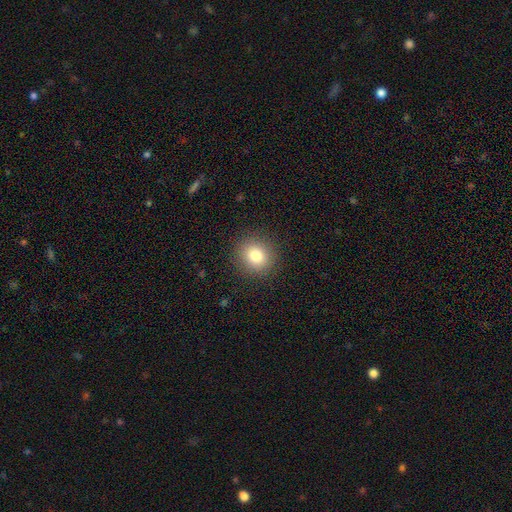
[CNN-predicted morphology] Smooth or featured: smooth — 80% (star or artifact — 11%)
How rounded: round — 87% (in between — 12%)
Merging: none — 90% (minor disturbance — 7%)